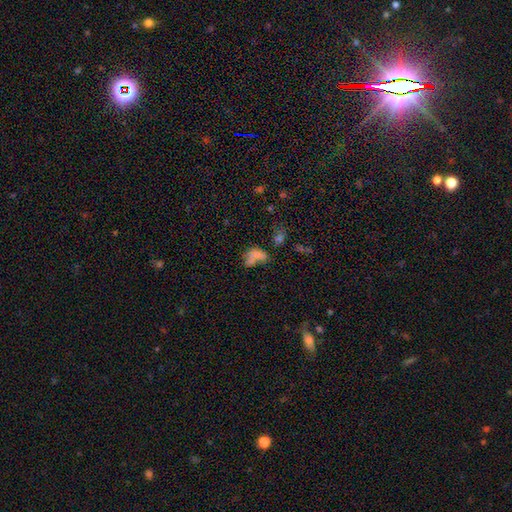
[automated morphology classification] This is likely a smooth galaxy (66%). How rounded: clearly in between (83%). Merging: marginally merger (41%).